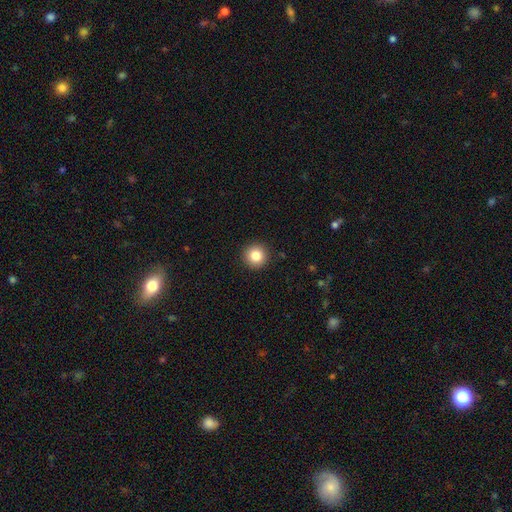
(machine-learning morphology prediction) A smooth galaxy with no disk features (83%) that is round (95%). Merging: none (92%).